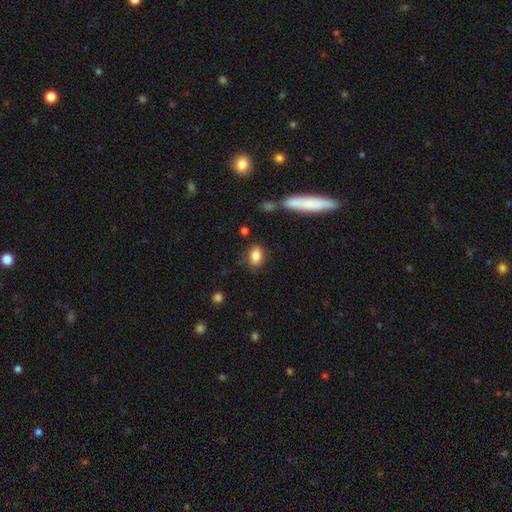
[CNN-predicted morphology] type=smooth (85%); roundness=in between (80%); merging=none (78%).